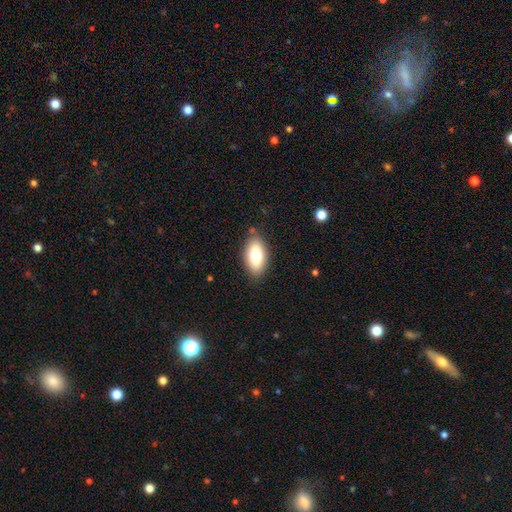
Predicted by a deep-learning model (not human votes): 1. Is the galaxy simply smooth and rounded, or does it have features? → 79% smooth, 14% featured or disk, 7% star or artifact.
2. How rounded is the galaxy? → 92% in between, 4% cigar-shaped, 4% round.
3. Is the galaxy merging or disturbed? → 84% none, 11% minor disturbance, 3% major disturbance, 2% merger.